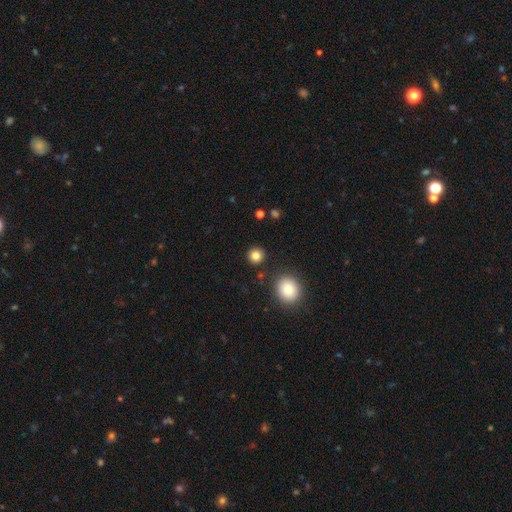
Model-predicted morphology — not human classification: A smooth galaxy with no disk features (83%) that is round (91%). Merging: none (90%).